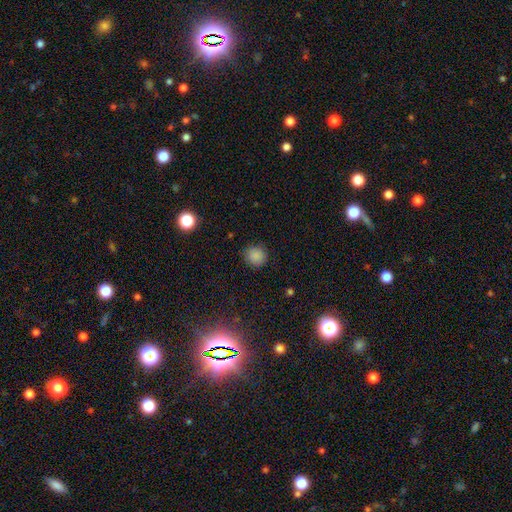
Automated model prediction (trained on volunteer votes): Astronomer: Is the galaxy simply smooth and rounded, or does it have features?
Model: smooth — 84%.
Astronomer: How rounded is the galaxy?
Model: round — 89%.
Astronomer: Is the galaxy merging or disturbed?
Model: none — 87%.